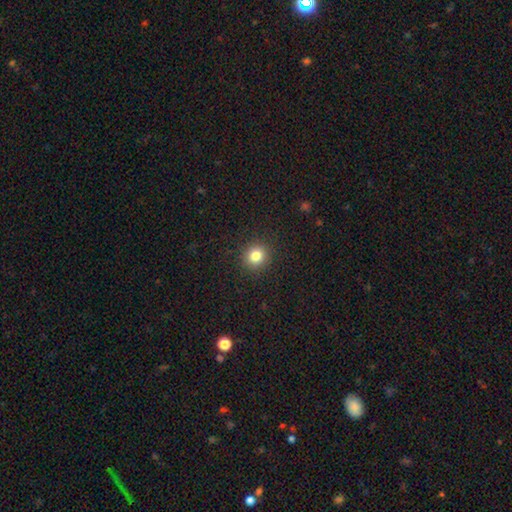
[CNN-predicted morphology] Smooth or featured: smooth — 82% (star or artifact — 12%)
How rounded: round — 90% (in between — 9%)
Merging: none — 92% (minor disturbance — 5%)